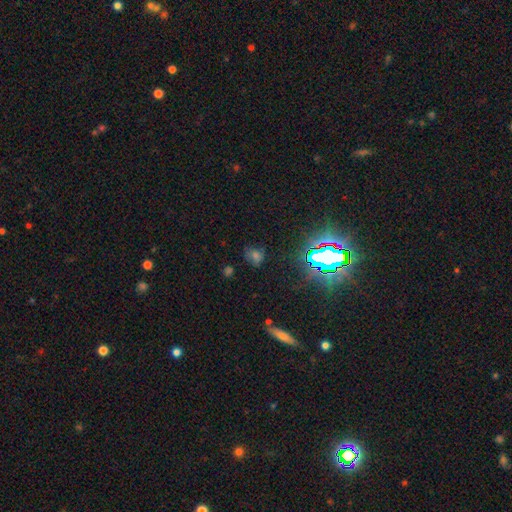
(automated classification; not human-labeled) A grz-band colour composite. It shows a star or artifact, not a galaxy (52%).